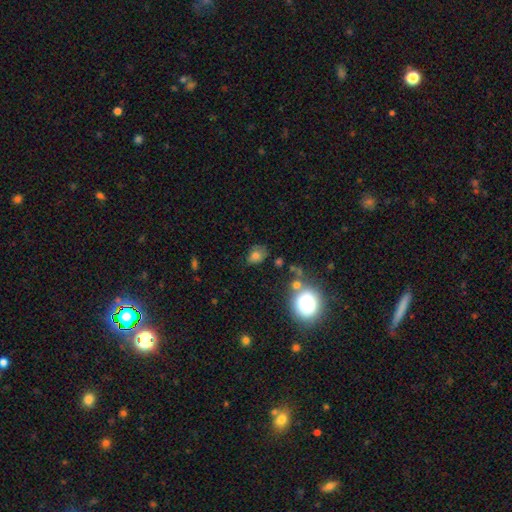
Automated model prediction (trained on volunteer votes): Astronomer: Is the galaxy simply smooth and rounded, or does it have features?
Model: smooth — 73%.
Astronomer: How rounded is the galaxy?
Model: in between — 58% (runner-up: round, 41%).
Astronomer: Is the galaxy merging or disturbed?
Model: none — 62%.